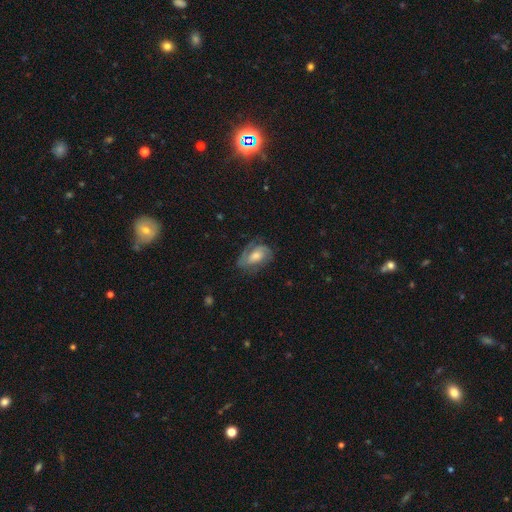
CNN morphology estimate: featured or disk 67%, smooth 25%, star or artifact 8%. Down the decision tree: edge-on disk — no (95%); bar — no (49%); spiral arms — yes (89%); spiral arm count — 2 (66%); spiral winding — tight (42%, tied with medium); bulge size — moderate (54%); merging — none (66%).